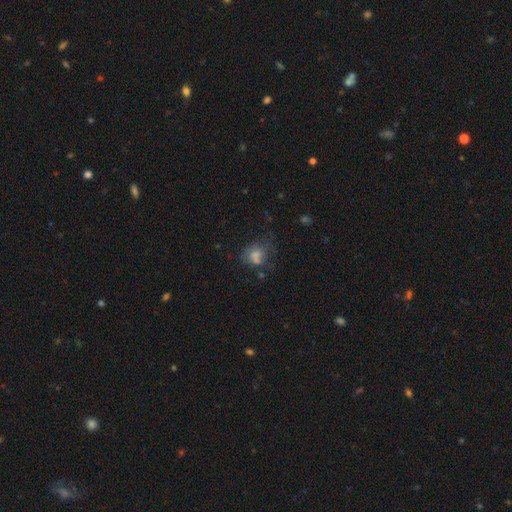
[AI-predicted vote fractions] smooth 63%, featured or disk 22%, star or artifact 14%. Down the decision tree: how rounded — round (50%); merging — none (39%).